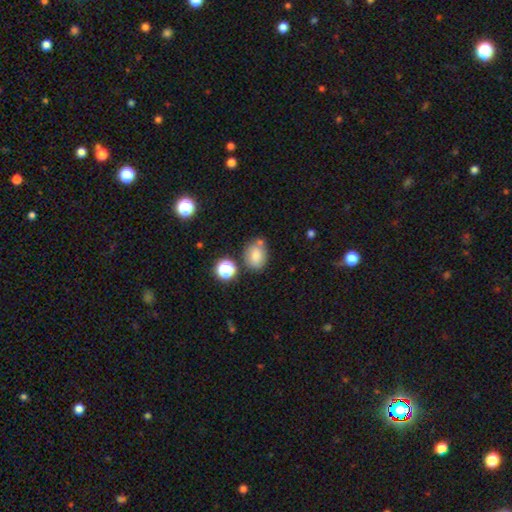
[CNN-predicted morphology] smooth 77%, star or artifact 12%, featured or disk 11%. Down the decision tree: how rounded — in between (59%); merging — none (63%).